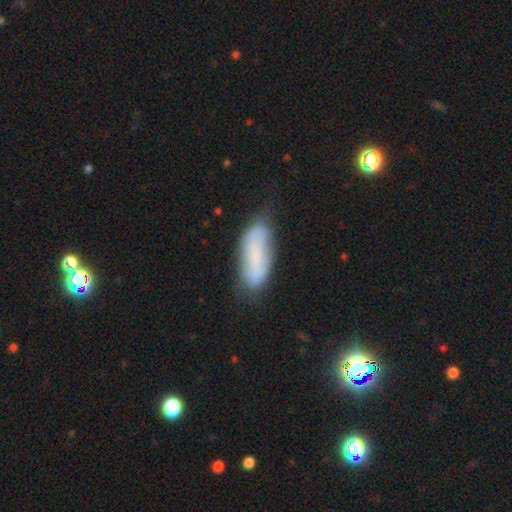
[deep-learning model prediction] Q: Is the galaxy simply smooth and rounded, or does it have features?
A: smooth — 61%.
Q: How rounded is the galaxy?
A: in between — 67%.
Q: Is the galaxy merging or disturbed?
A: none — 65%.